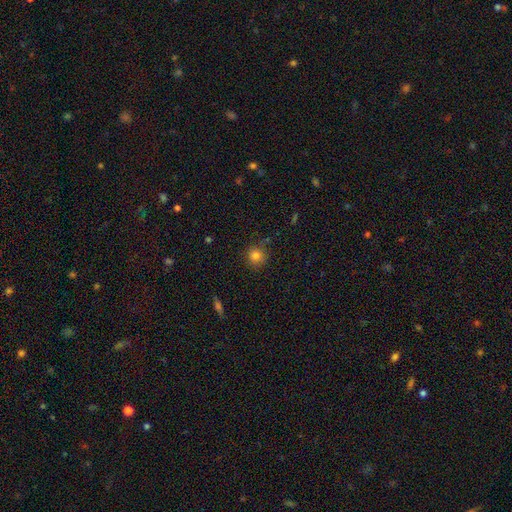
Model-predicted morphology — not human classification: This appears to be a smooth galaxy with no disk features (81%) that is round (92%). Merging: none (85%).